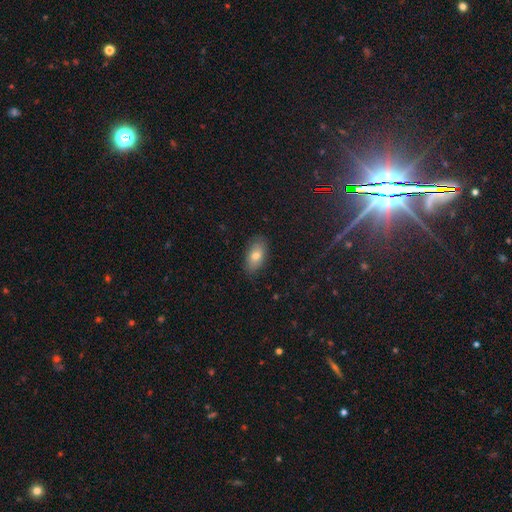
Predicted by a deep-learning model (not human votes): smooth_or_featured: smooth (p=0.76) [alt: featured or disk p=0.15]
how_rounded: in between (p=0.90) [alt: cigar-shaped p=0.06]
merging: none (p=0.85) [alt: minor disturbance p=0.11]